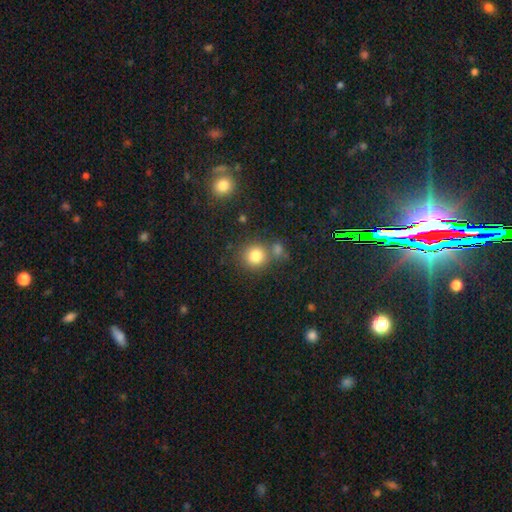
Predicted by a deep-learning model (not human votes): A smooth galaxy with no disk features (81%) that is round (87%).

Vote fractions:
- Smooth or featured? smooth: 81% / star or artifact: 12% / featured or disk: 7%
- How rounded? round: 87% / in between: 12% / cigar-shaped: 1%
- Merging? none: 65% / merger: 20% / minor disturbance: 10% / major disturbance: 4%